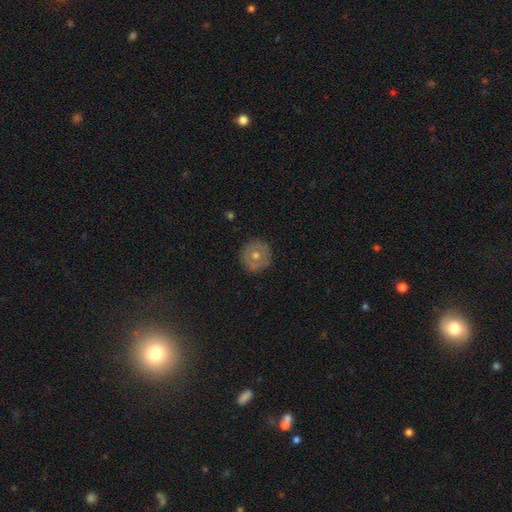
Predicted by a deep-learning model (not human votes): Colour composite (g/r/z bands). It shows a smooth galaxy with no disk features (53%) that is round (95%). Merging: none (89%).